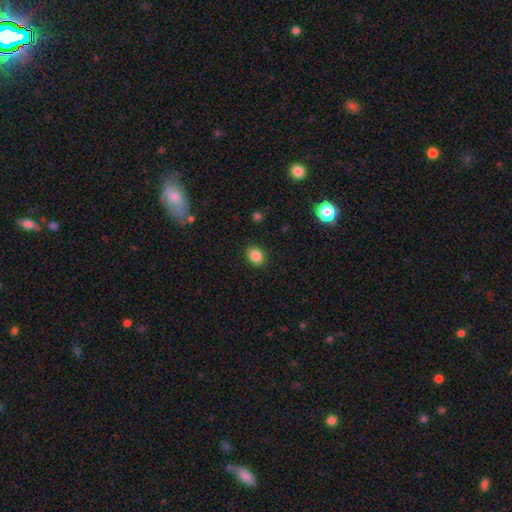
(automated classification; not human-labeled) smooth 87%, star or artifact 9%, featured or disk 4%. Down the decision tree: how rounded — in between (69%); merging — none (88%).